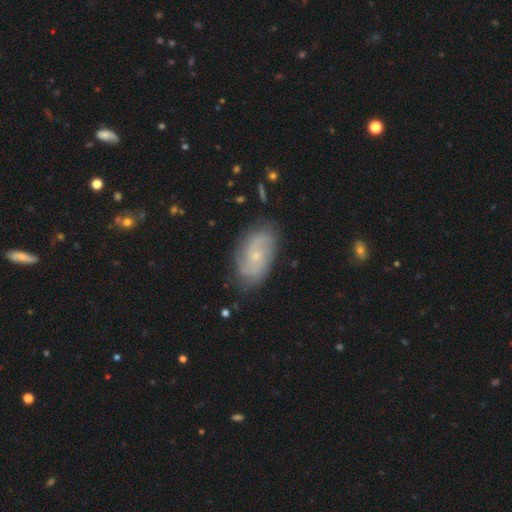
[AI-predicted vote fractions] smooth_or_featured: featured or disk (p=0.71) [alt: smooth p=0.21]
disk_edge_on: no (p=0.96) [alt: yes p=0.04]
bar: no (p=0.72) [alt: weak p=0.24]
has_spiral_arms: yes (p=0.91) [alt: no p=0.09]
spiral_winding: medium (p=0.42) [alt: tight p=0.37]
spiral_arm_count: 2 (p=0.53) [alt: can't tell p=0.25]
bulge_size: small (p=0.78) [alt: moderate p=0.17]
merging: none (p=0.78) [alt: minor disturbance p=0.16]